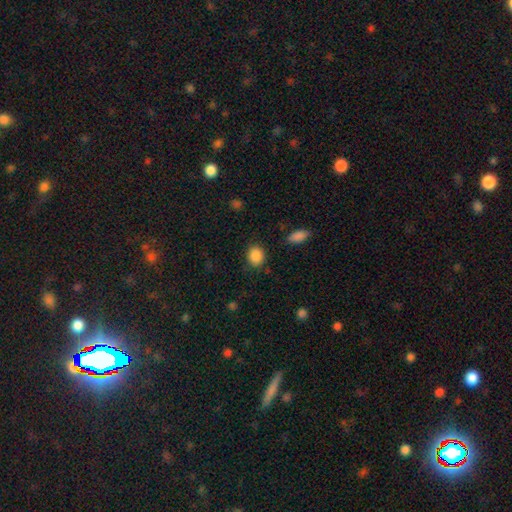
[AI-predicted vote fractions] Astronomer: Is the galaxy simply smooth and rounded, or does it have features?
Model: smooth — 88%.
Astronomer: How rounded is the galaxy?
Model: round — 62% (runner-up: in between, 37%).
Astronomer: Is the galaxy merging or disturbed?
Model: none — 85%.